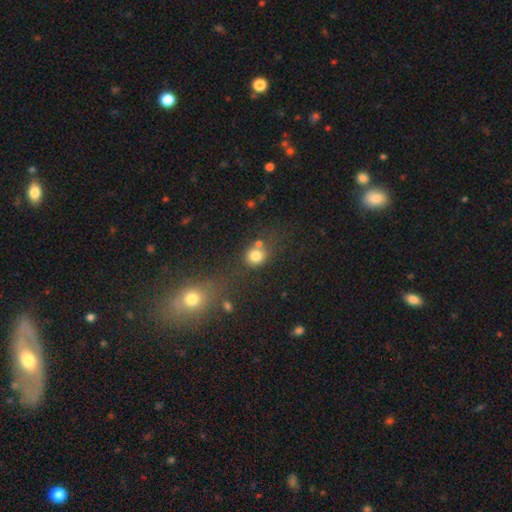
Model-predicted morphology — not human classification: smooth-or-featured: smooth: 78% | star or artifact: 13% | featured or disk: 9%
  how-rounded: round: 76% | in between: 22% | cigar-shaped: 1%
  merging: none: 54% | merger: 25% | minor disturbance: 13% | major disturbance: 8%